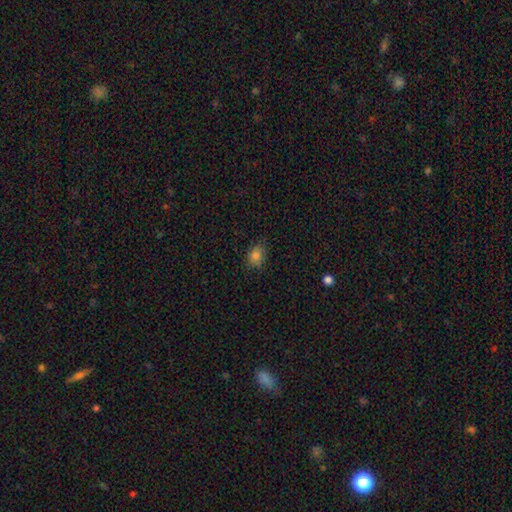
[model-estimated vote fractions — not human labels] A smooth galaxy with no disk features (80%) that is in between round and cigar-shaped (54%).

Vote fractions:
- Smooth or featured? smooth: 80% / star or artifact: 14% / featured or disk: 6%
- How rounded? in between: 54% / round: 45% / cigar-shaped: 1%
- Merging? none: 76% / minor disturbance: 19% / major disturbance: 4% / merger: 1%